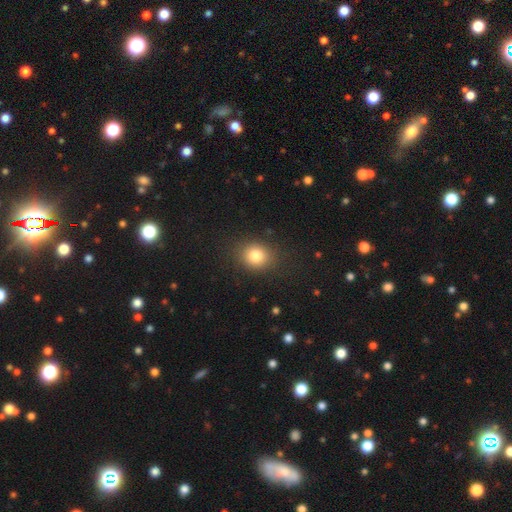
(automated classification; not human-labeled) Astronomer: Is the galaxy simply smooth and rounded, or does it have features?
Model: smooth — 81%.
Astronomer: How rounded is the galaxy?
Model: round — 70%.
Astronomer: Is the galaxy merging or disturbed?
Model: none — 86%.